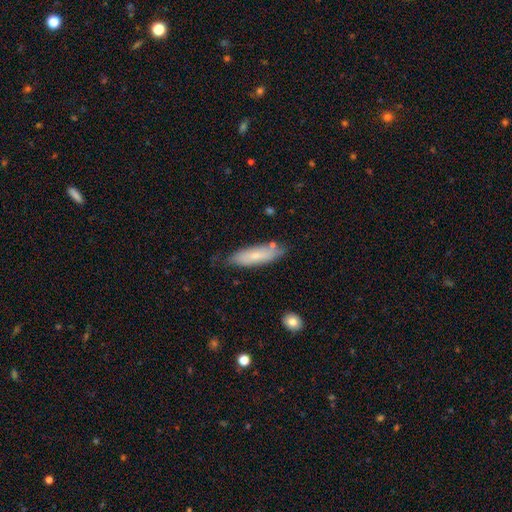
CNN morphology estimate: Smooth or featured?
  - smooth: 71% *
  - featured or disk: 23%
  - star or artifact: 6%
How rounded?
  - cigar-shaped: 55% *
  - in between: 44%
  - round: 2%
Merging?
  - none: 73% *
  - minor disturbance: 20%
  - merger: 4%
  - major disturbance: 3%